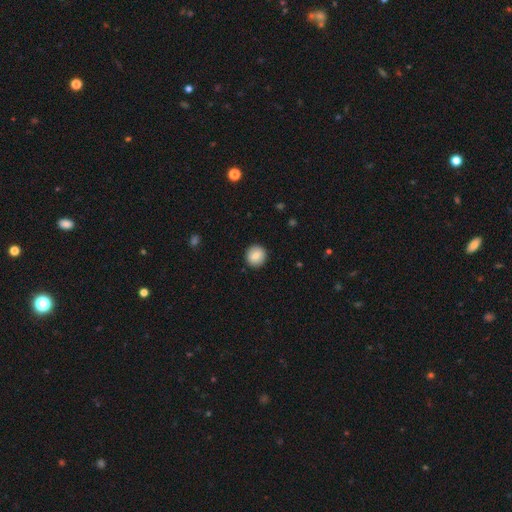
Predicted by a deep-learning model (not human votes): Morphology: type=smooth (81%); roundness=round (92%); merging=none (92%).